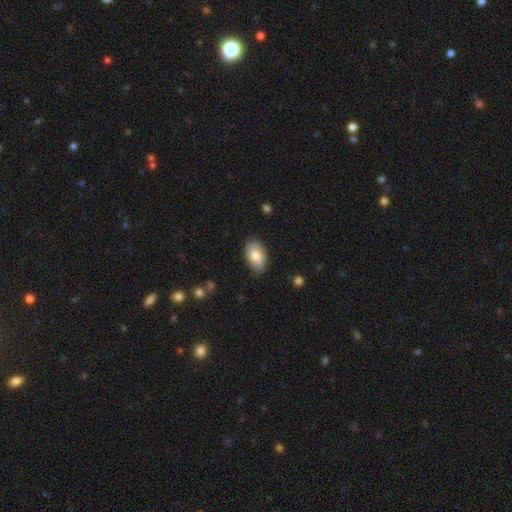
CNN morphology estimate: smooth 78%, featured or disk 16%, star or artifact 6%. Down the decision tree: how rounded — in between (93%); merging — none (80%).